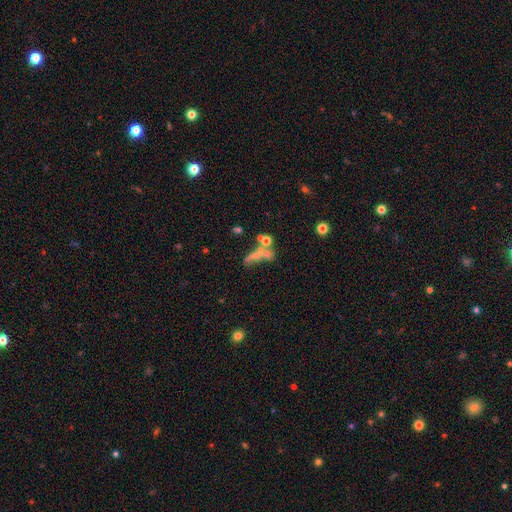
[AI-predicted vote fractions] Smooth or featured? Predicted: smooth (p=0.41). Merging? Predicted: merger (p=0.37).